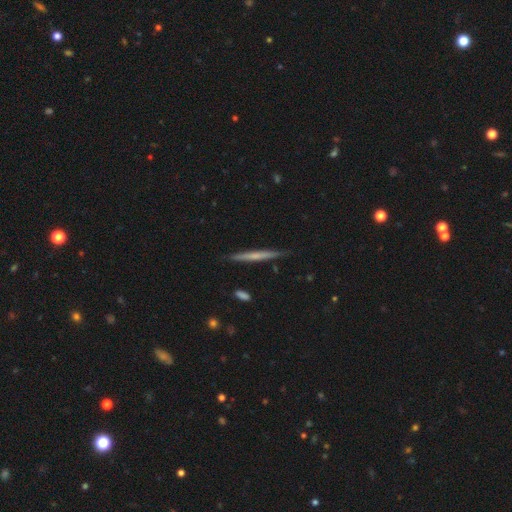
Morphology: type=featured or disk (55%); edge-on=yes (100%); edge-on bulge=none (62%); merging=none (97%).